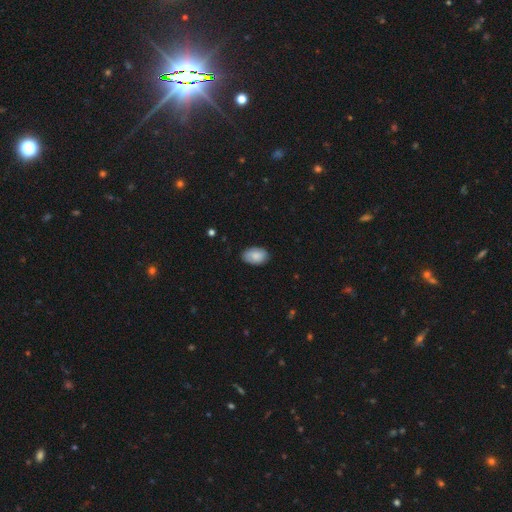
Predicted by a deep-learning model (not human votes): The model was most divided on "merging": none: 83%, minor disturbance: 14%, major disturbance: 2%, merger: 1%. More confident: how rounded — in between (92%); smooth or featured — smooth (85%).